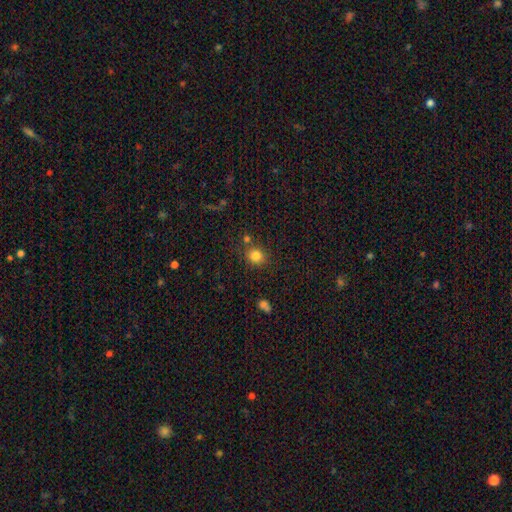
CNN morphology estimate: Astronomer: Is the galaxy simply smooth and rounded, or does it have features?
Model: smooth — 82%.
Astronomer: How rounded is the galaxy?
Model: round — 76%.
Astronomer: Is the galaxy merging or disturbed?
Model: none — 77%.